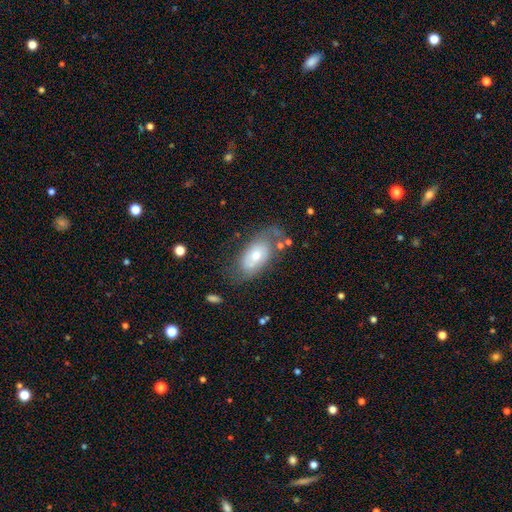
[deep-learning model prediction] This appears to be a smooth galaxy with no disk features (51%) that is in between round and cigar-shaped (91%). Merging: none (50%).